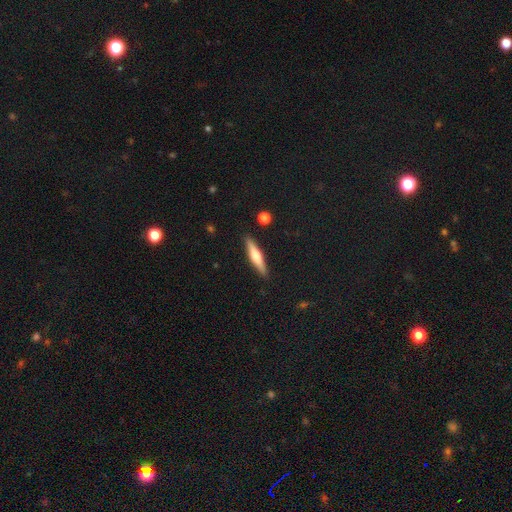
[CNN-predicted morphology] Overall: featured or disk (47%, tied with smooth). Merging: none (89%).